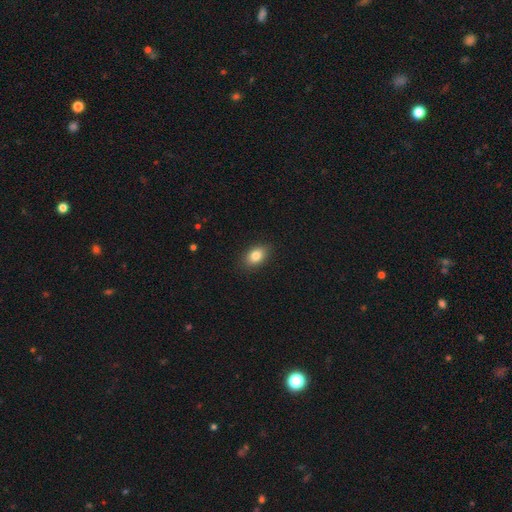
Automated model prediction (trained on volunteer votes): smooth-or-featured: smooth: 83% | star or artifact: 9% | featured or disk: 8%
  how-rounded: in between: 81% | round: 17% | cigar-shaped: 2%
  merging: none: 87% | minor disturbance: 10% | major disturbance: 2% | merger: 1%